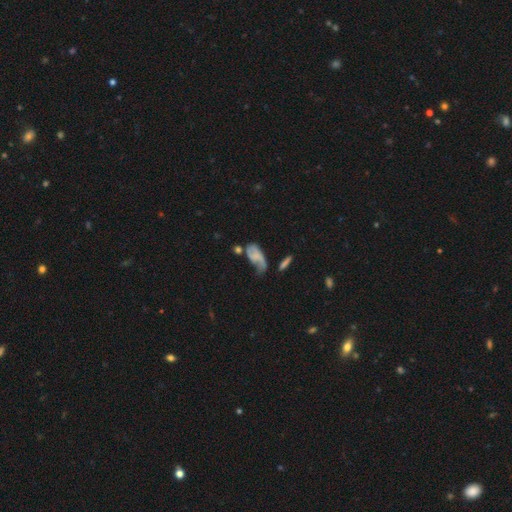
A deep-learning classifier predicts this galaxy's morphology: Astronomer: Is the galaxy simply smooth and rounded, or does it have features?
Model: smooth — 47% (runner-up: featured or disk, 42%).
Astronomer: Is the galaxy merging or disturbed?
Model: major disturbance — 34% (runner-up: none, 27%).